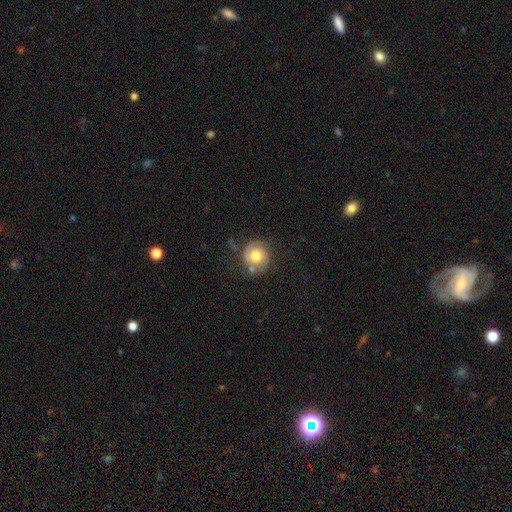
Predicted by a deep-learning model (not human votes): Smooth or featured? Predicted: featured or disk (p=0.52). Edge-on disk? Predicted: no (p=0.97). Bar? Predicted: no (p=0.78). Spiral arms? Predicted: yes (p=0.81). Bulge size? Predicted: moderate (p=0.66). Merging? Predicted: none (p=0.62).